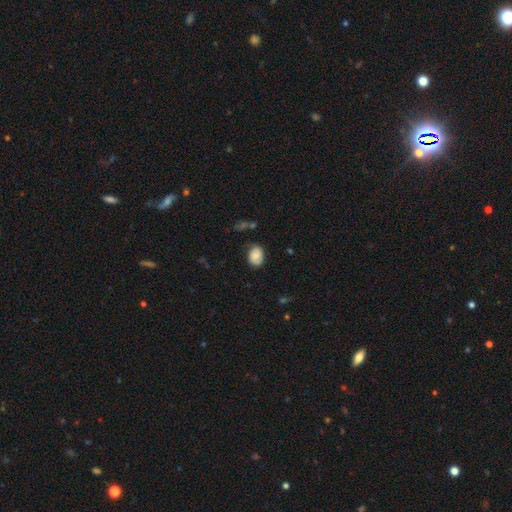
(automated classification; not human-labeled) Smooth or featured?
  - smooth: 68% *
  - featured or disk: 24%
  - star or artifact: 8%
How rounded?
  - in between: 68% *
  - round: 30%
  - cigar-shaped: 1%
Merging?
  - none: 65% *
  - minor disturbance: 24%
  - major disturbance: 7%
  - merger: 3%